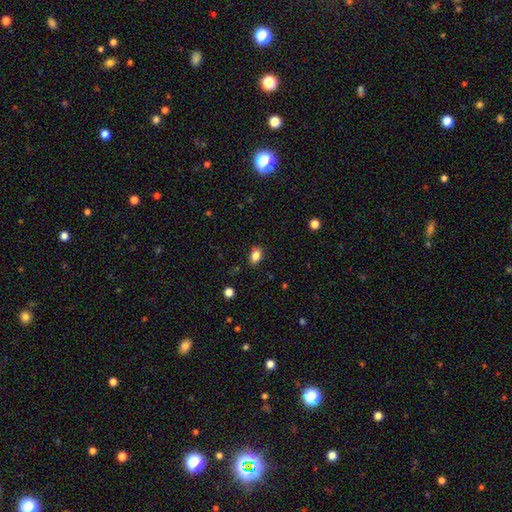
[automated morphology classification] Q: Smooth or featured?
A: smooth (84%); runner-up: star or artifact (10%)
Q: How rounded?
A: in between (79%); runner-up: round (20%)
Q: Merging?
A: none (82%); runner-up: minor disturbance (14%)